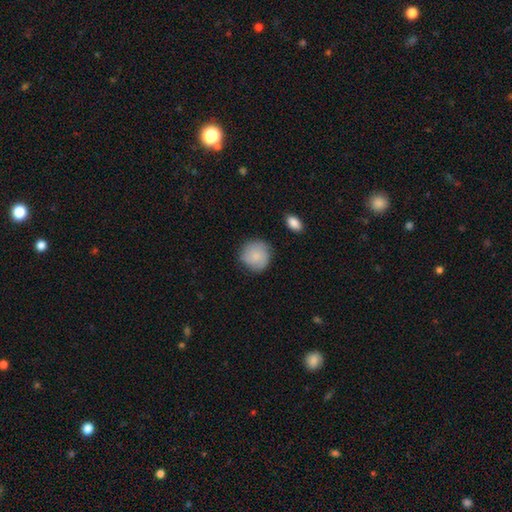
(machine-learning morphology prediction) This is likely a smooth galaxy (80%). How rounded: clearly round (91%). Merging: likely none (78%).